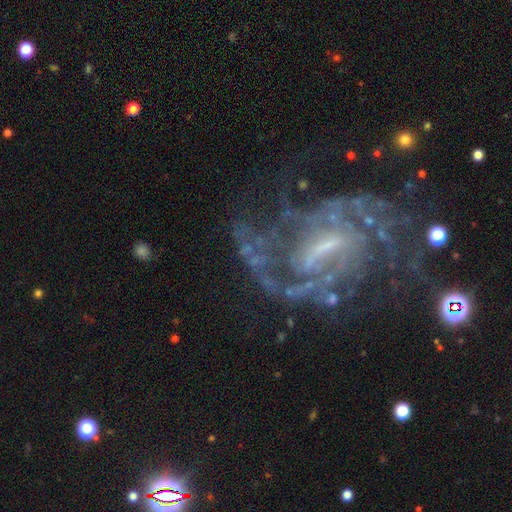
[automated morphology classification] A featured or disk galaxy (87%) with a weak bar (52%), 2 (35%) medium (45%) spiral arms (90%) and a small central bulge (46%).

Vote fractions:
- Smooth or featured? featured or disk: 87% / star or artifact: 8% / smooth: 5%
- Edge-on disk? no: 97% / yes: 3%
- Bar? weak: 52% / strong: 29% / no: 19%
- Spiral arms? yes: 90% / no: 10%
- Spiral winding? medium: 45% / tight: 35% / loose: 19%
- Spiral arm count? 2: 35% / can't tell: 30% / 3: 14% / 1: 8% / 4: 8% / more than 4: 6%
- Bulge size? small: 46% / moderate: 28% / none: 22% / large: 3% / dominant: 1%
- Merging? none: 54% / major disturbance: 25% / minor disturbance: 17% / merger: 4%